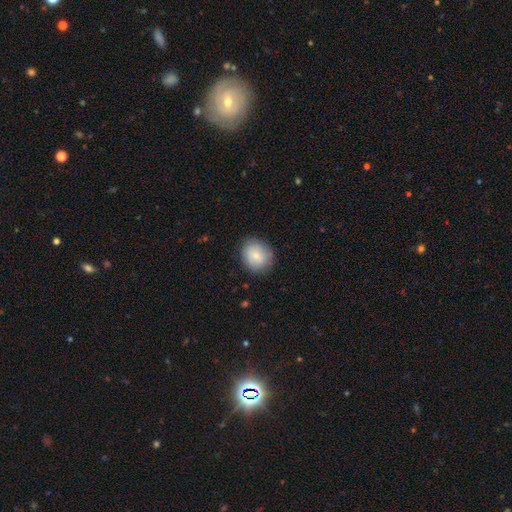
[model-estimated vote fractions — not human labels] smooth 81%, featured or disk 12%, star or artifact 7%. Down the decision tree: how rounded — round (67%); merging — none (81%).